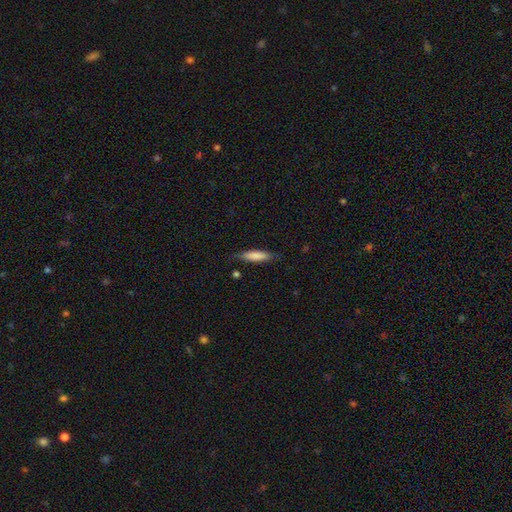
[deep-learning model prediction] This appears to be a smooth galaxy with no disk features (79%) that is cigar-shaped (75%). Merging: none (79%).